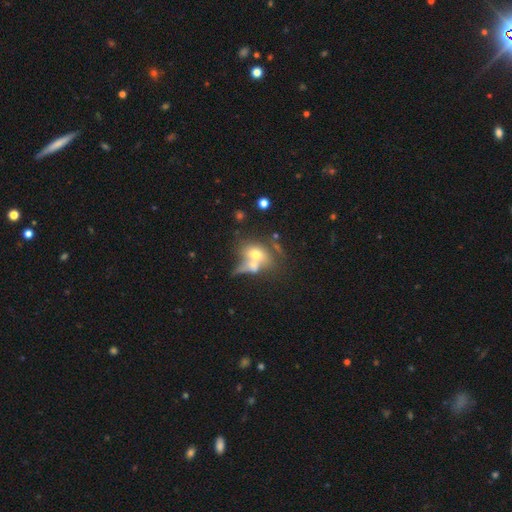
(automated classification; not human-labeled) Smooth or featured? Predicted: smooth (p=0.60). How rounded? Predicted: in between (p=0.59). Merging? Predicted: merger (p=0.54).